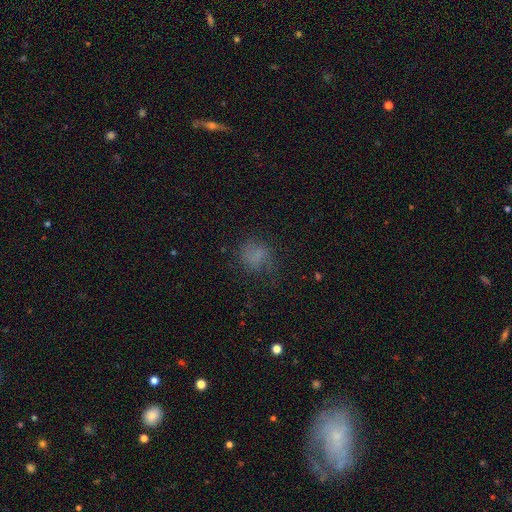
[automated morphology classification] Smooth or featured? Predicted: smooth (p=0.64). How rounded? Predicted: round (p=0.67). Merging? Predicted: none (p=0.56).